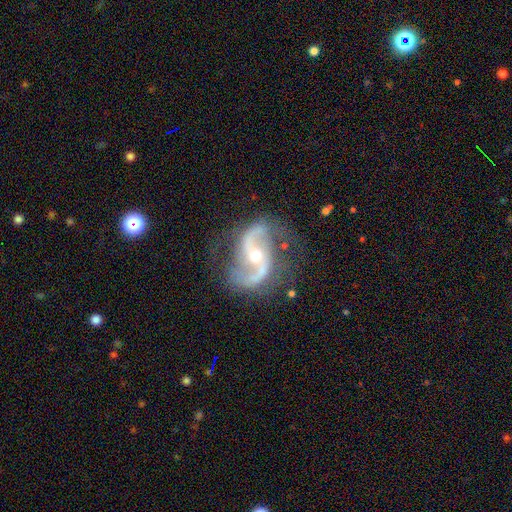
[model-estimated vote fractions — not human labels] Smooth or featured: featured or disk — 92% (star or artifact — 5%)
Edge-on disk: no — 98% (yes — 2%)
Bar: no — 46% (weak — 32%)
Spiral arms: yes — 98% (no — 2%)
Spiral winding: loose — 56% (medium — 37%)
Spiral arm count: 2 — 94% (can't tell — 1%)
Bulge size: moderate — 51% (small — 45%)
Merging: none — 78% (minor disturbance — 14%)